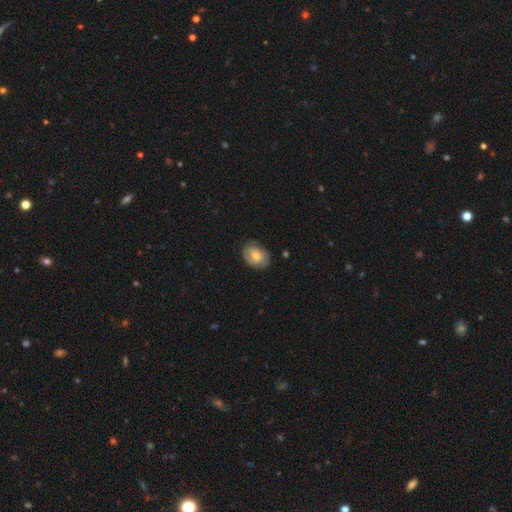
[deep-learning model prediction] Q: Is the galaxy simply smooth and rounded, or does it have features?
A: featured or disk — 53%.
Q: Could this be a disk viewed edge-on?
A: no — 96%.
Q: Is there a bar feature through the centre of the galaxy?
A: no — 66%.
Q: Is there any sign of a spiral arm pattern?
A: yes — 76%.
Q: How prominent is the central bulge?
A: moderate — 55%.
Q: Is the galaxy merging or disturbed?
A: none — 76%.